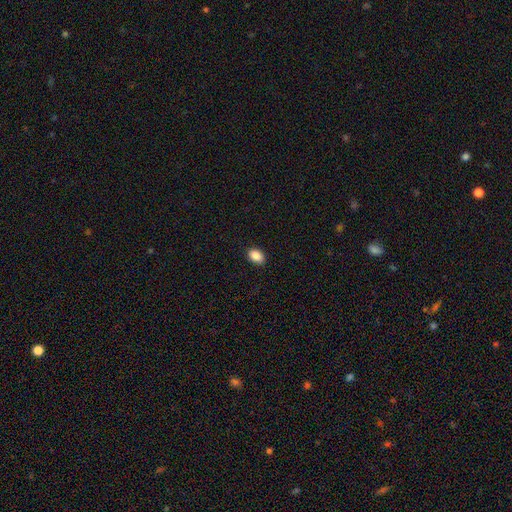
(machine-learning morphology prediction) This appears to be a smooth galaxy with no disk features (89%) that is in between round and cigar-shaped (84%). Merging: none (88%).